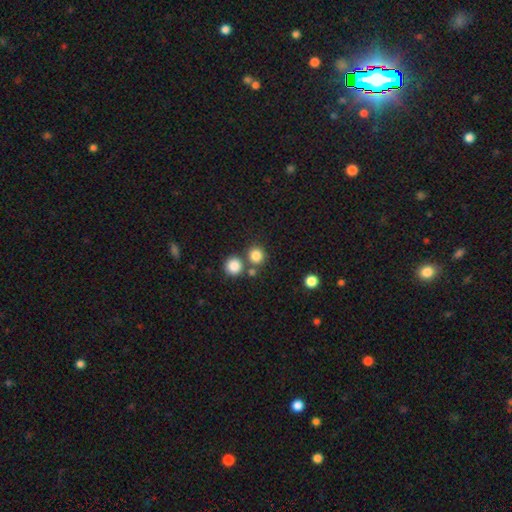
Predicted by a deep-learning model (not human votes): A smooth galaxy with no disk features (82%) that is round (90%).

Vote fractions:
- Smooth or featured? smooth: 82% / star or artifact: 12% / featured or disk: 5%
- How rounded? round: 90% / in between: 9% / cigar-shaped: 1%
- Merging? none: 71% / merger: 19% / minor disturbance: 7% / major disturbance: 3%